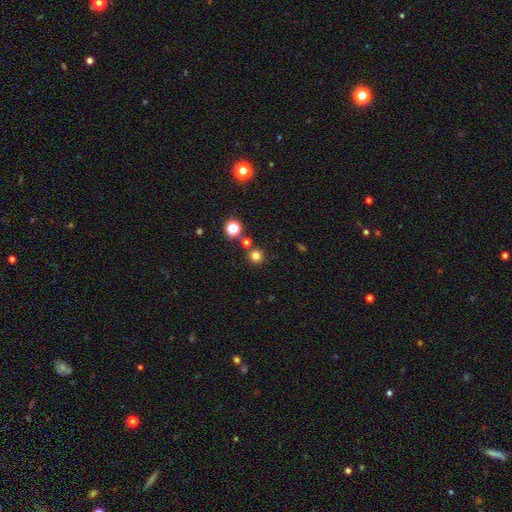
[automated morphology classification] Overall: smooth (77%). How rounded: round (95%). Merging: none (82%).